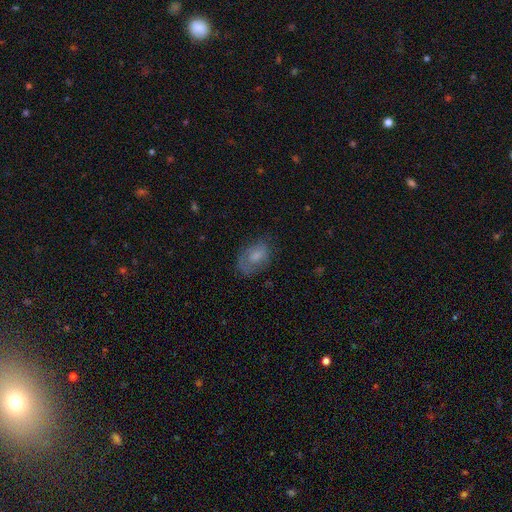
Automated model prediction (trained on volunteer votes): Q: Smooth or featured?
A: smooth (63%); runner-up: featured or disk (28%)
Q: How rounded?
A: in between (84%); runner-up: round (15%)
Q: Merging?
A: none (58%); runner-up: minor disturbance (26%)